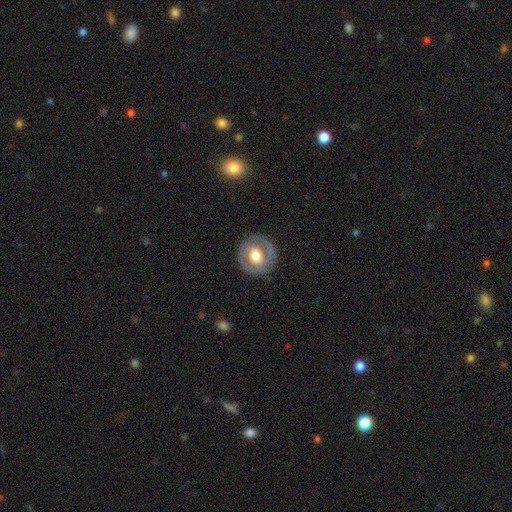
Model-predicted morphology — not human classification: A featured or disk galaxy (51%). Merging: none (84%).